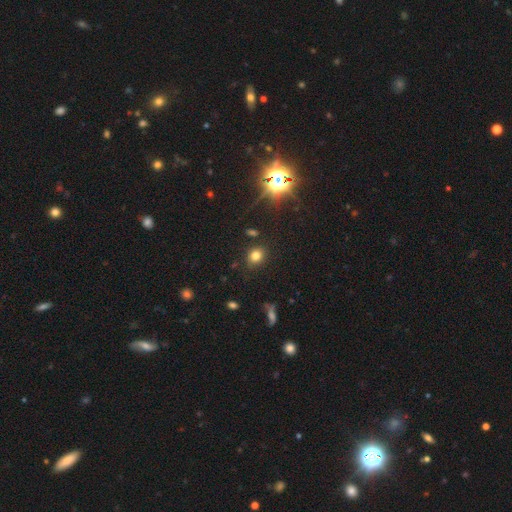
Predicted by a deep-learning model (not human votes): Smooth or featured?
  - smooth: 76% *
  - star or artifact: 17%
  - featured or disk: 8%
How rounded?
  - round: 59% *
  - in between: 40%
  - cigar-shaped: 1%
Merging?
  - none: 84% *
  - minor disturbance: 10%
  - major disturbance: 3%
  - merger: 3%